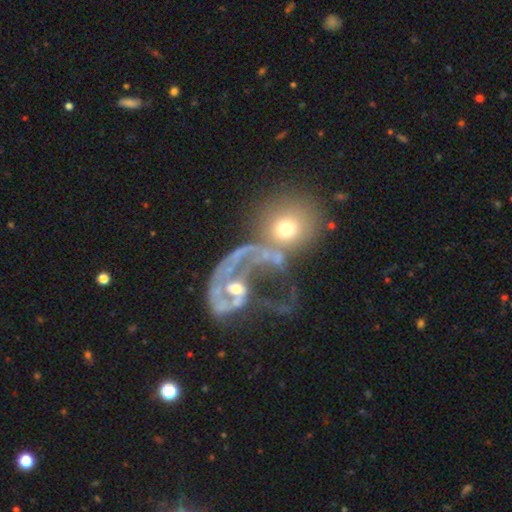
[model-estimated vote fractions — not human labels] Smooth or featured?
  - featured or disk: 64% *
  - smooth: 24%
  - star or artifact: 12%
Edge-on disk?
  - no: 95% *
  - yes: 5%
Bar?
  - no: 71% *
  - weak: 21%
  - strong: 8%
Spiral arms?
  - yes: 57% *
  - no: 43%
Bulge size?
  - moderate: 54% *
  - small: 31%
  - large: 7%
  - none: 6%
  - dominant: 2%
Merging?
  - merger: 57% *
  - major disturbance: 24%
  - none: 12%
  - minor disturbance: 7%